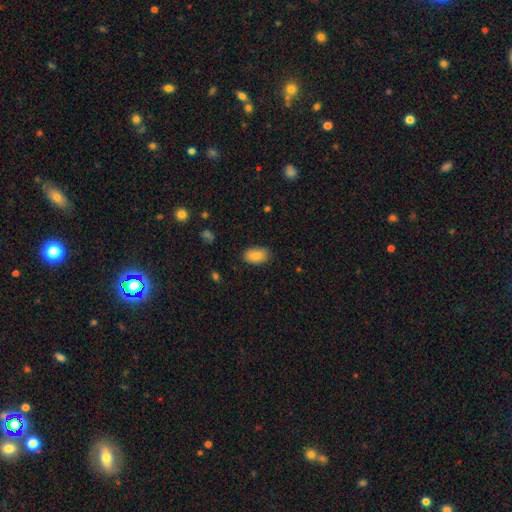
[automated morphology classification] A smooth galaxy with no disk features (84%) that is in between round and cigar-shaped (91%). Merging: none (85%).